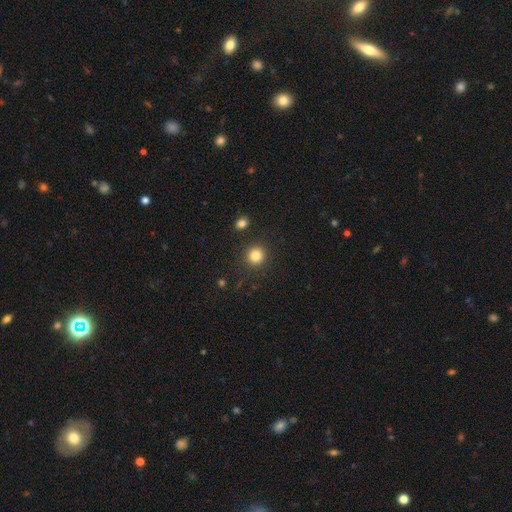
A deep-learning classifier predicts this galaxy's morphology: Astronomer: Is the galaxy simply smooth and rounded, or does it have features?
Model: smooth — 84%.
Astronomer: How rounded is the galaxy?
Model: round — 91%.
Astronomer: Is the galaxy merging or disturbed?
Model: none — 89%.